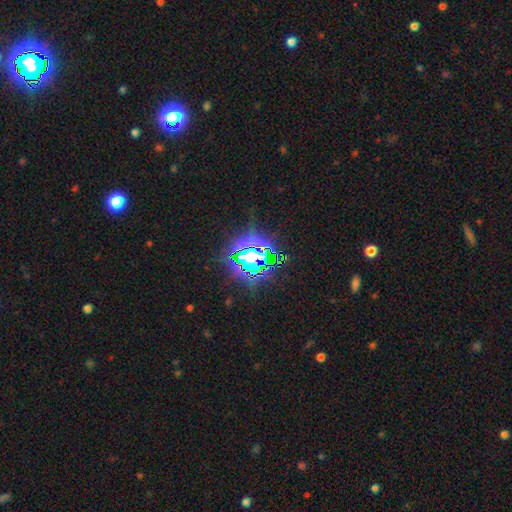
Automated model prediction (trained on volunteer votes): Smooth or featured? star or artifact (76%)